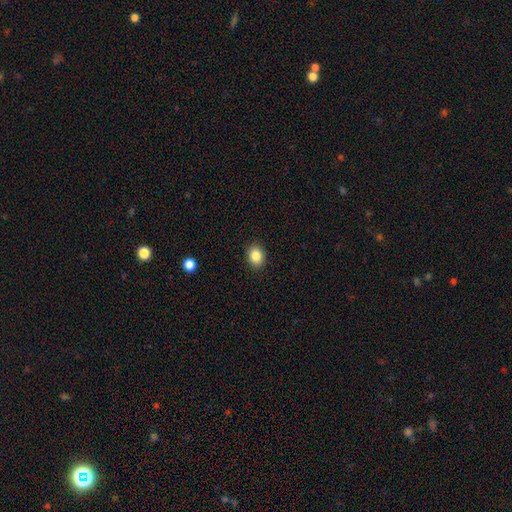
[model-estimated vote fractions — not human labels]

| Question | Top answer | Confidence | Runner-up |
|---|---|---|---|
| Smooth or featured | smooth | 86% | star or artifact (9%) |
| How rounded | in between | 54% | round (45%) |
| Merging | none | 90% | minor disturbance (7%) |